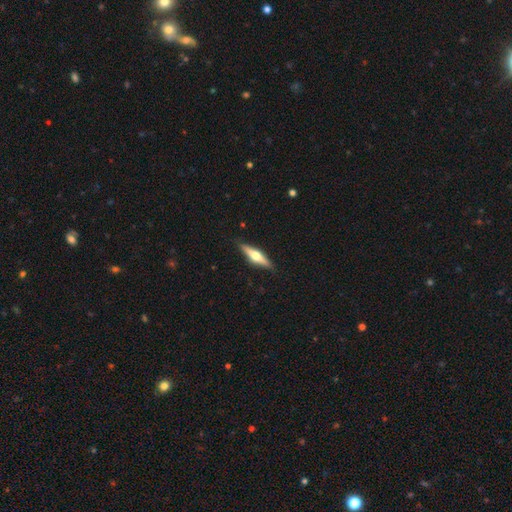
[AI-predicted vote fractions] This is likely a featured or disk galaxy (63%). It is clearly viewed edge-on (96%). Edge-on bulge: clearly rounded (94%). Merging: clearly none (89%).